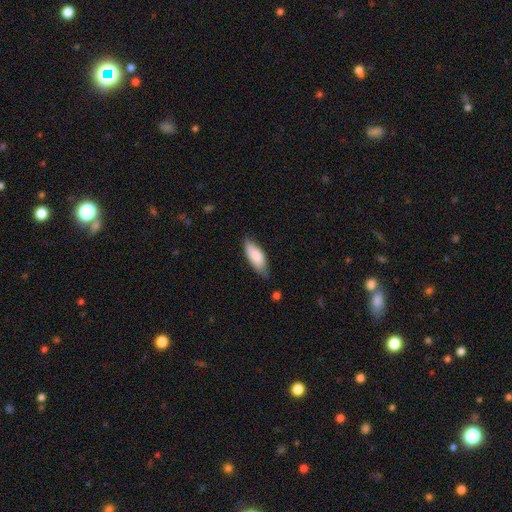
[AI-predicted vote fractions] Smooth or featured? smooth (85%)
How rounded? in between (76%)
Merging? none (69%)